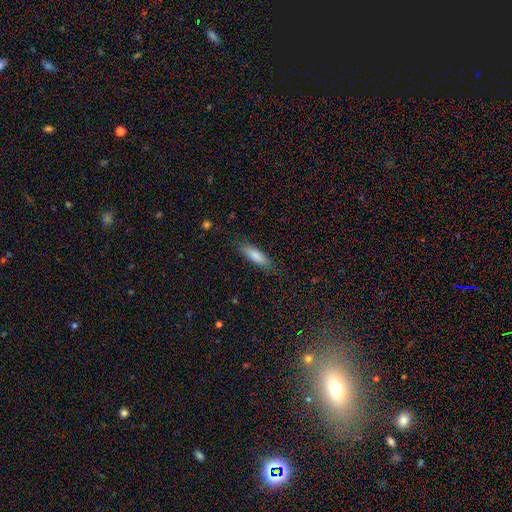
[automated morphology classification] Smooth or featured?
  - smooth: 82% *
  - featured or disk: 12%
  - star or artifact: 6%
How rounded?
  - cigar-shaped: 51% *
  - in between: 48%
  - round: 2%
Merging?
  - none: 82% *
  - minor disturbance: 14%
  - major disturbance: 3%
  - merger: 1%